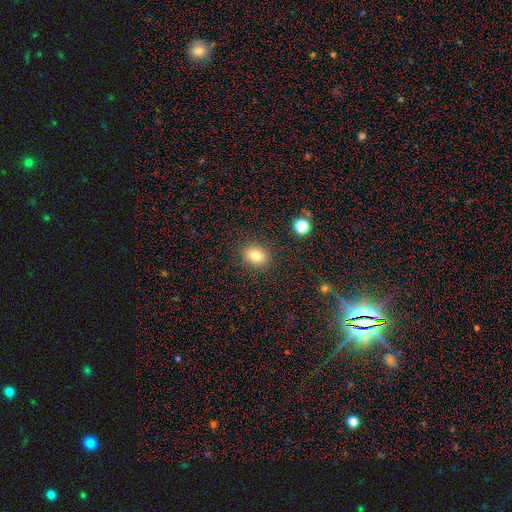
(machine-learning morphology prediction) Overall: smooth (79%). How rounded: round (51%; in between 48%). Merging: none (87%).